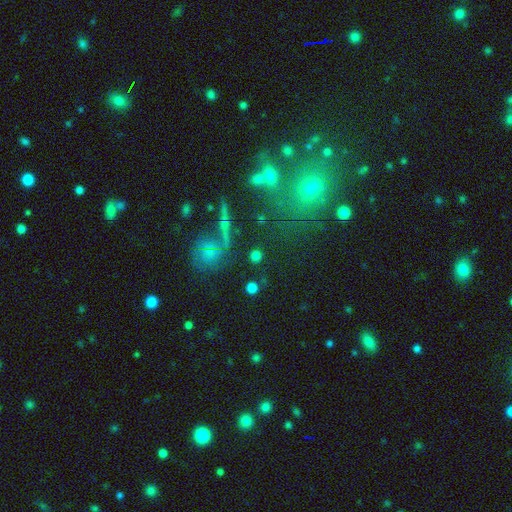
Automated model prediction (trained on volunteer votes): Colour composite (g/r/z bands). It shows a smooth galaxy with no disk features (77%) that is round (90%). Merging: none (85%).